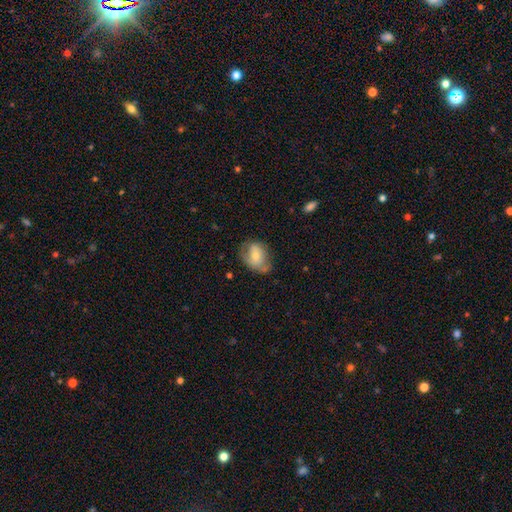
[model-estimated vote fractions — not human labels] smooth 54%, featured or disk 39%, star or artifact 7%. Down the decision tree: how rounded — in between (66%); merging — none (50%).